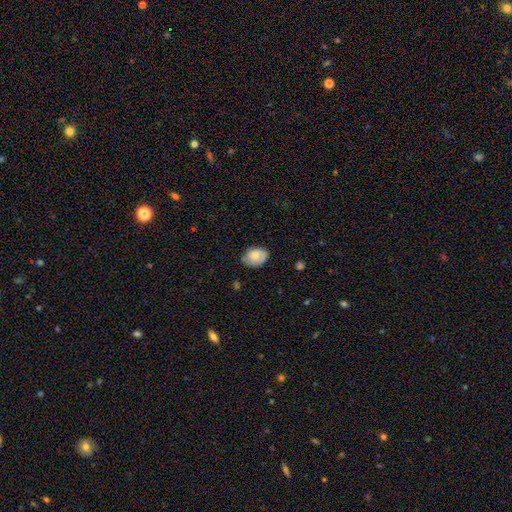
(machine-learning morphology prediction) smooth_or_featured: smooth (p=0.74) [alt: featured or disk p=0.19]
how_rounded: in between (p=0.78) [alt: round p=0.21]
merging: none (p=0.74) [alt: minor disturbance p=0.22]